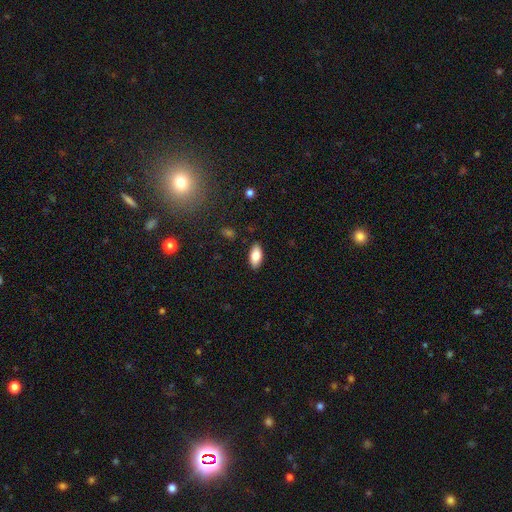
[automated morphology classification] smooth 81%, featured or disk 12%, star or artifact 7%. Down the decision tree: how rounded — in between (91%); merging — none (88%).